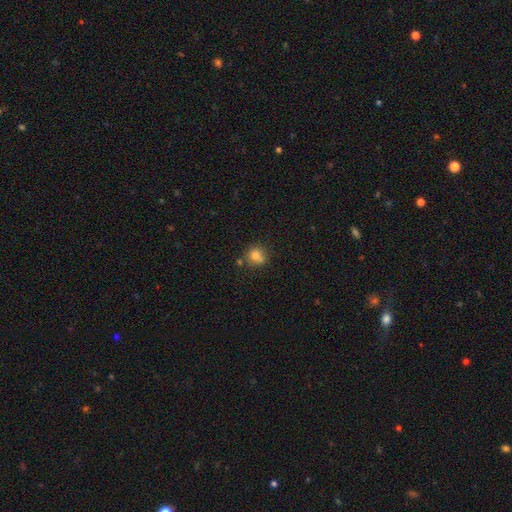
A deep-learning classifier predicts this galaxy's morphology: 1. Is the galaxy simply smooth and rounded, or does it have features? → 76% smooth, 12% star or artifact, 11% featured or disk.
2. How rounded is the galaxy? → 80% round, 19% in between, 1% cigar-shaped.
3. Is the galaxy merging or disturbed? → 58% none, 21% merger, 16% minor disturbance, 5% major disturbance.